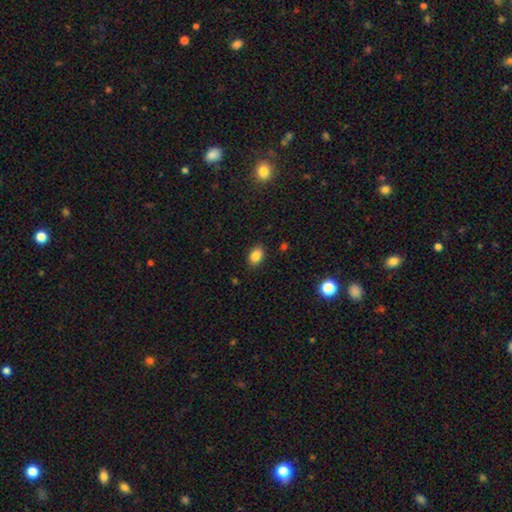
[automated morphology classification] smooth-or-featured: smooth: 85% | star or artifact: 9% | featured or disk: 5%
  how-rounded: in between: 81% | round: 18% | cigar-shaped: 1%
  merging: none: 87% | minor disturbance: 9% | major disturbance: 2% | merger: 1%